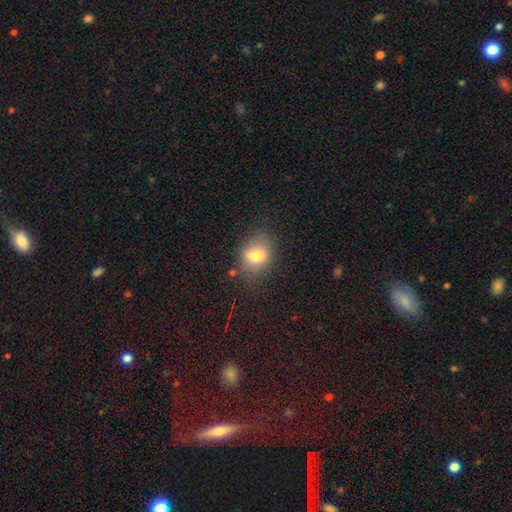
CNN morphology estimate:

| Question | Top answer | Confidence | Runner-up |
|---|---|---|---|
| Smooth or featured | smooth | 75% | featured or disk (14%) |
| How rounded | in between | 64% | round (34%) |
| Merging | none | 73% | minor disturbance (17%) |